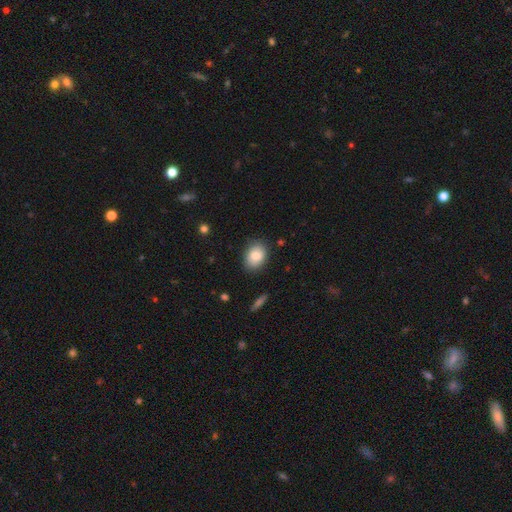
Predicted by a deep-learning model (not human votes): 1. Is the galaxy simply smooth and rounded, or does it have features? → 80% smooth, 12% featured or disk, 8% star or artifact.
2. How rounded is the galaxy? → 66% in between, 33% round, 1% cigar-shaped.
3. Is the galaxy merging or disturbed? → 84% none, 12% minor disturbance, 3% major disturbance, 1% merger.